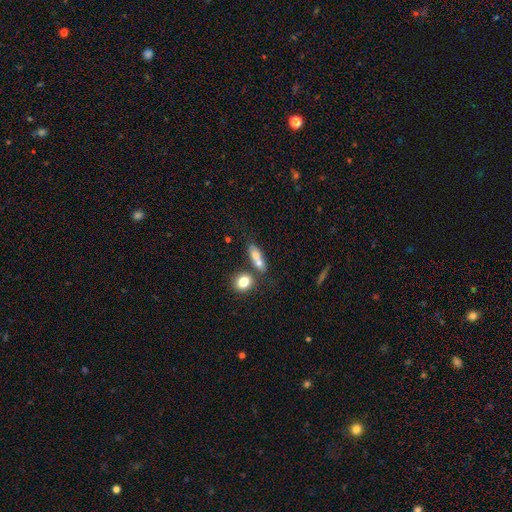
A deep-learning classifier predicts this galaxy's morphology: smooth_or_featured: smooth (p=0.73) [alt: featured or disk p=0.17]
how_rounded: in between (p=0.59) [alt: cigar-shaped p=0.27]
merging: none (p=0.43) [alt: merger p=0.38]